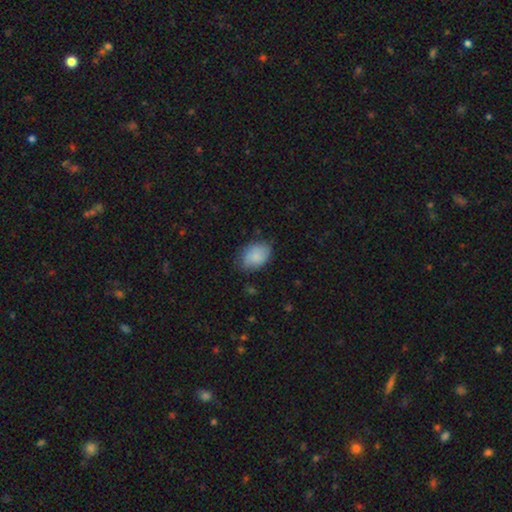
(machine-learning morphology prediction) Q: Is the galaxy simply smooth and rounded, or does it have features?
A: smooth — 84%.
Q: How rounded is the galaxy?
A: in between — 81%.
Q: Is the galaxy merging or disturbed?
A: none — 73%.